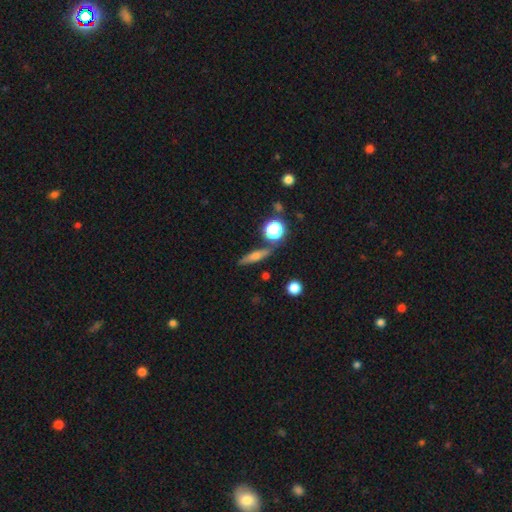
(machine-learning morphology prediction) This is possibly a smooth galaxy (49%). Merging: clearly none (81%).